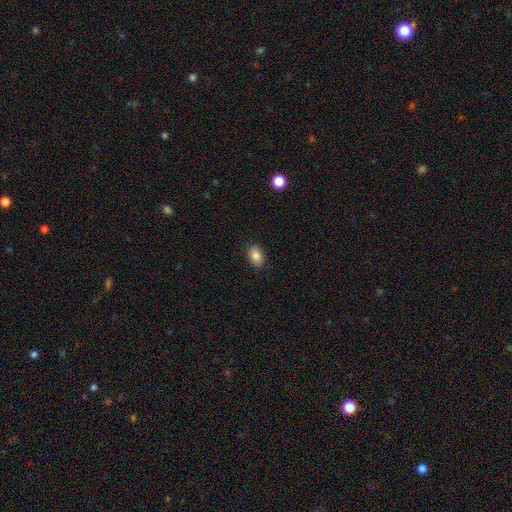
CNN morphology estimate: Overall: smooth (86%). How rounded: in between (83%). Merging: none (86%).